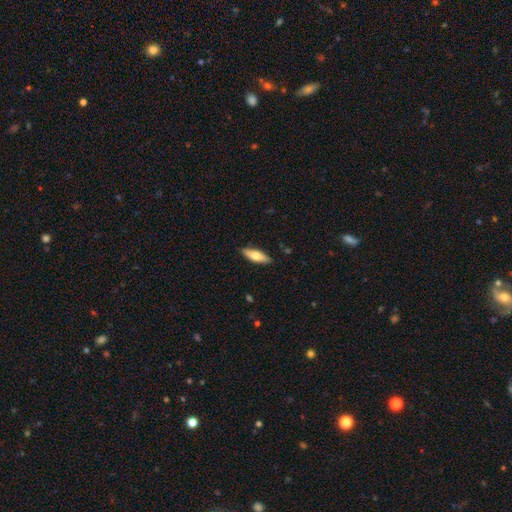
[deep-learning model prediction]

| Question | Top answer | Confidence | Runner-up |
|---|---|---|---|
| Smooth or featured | smooth | 66% | featured or disk (29%) |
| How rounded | in between | 51% | cigar-shaped (47%) |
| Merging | none | 88% | minor disturbance (10%) |